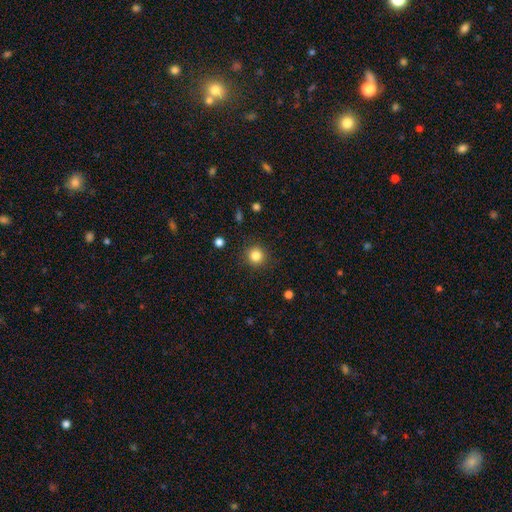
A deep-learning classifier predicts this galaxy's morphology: Smooth or featured: smooth — 84% (star or artifact — 11%)
How rounded: round — 93% (in between — 6%)
Merging: none — 89% (minor disturbance — 7%)